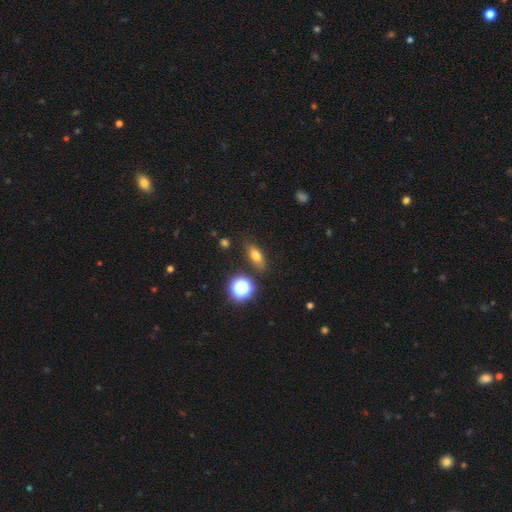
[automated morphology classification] Smooth or featured? Predicted: smooth (p=0.68). How rounded? Predicted: in between (p=0.63). Merging? Predicted: none (p=0.83).